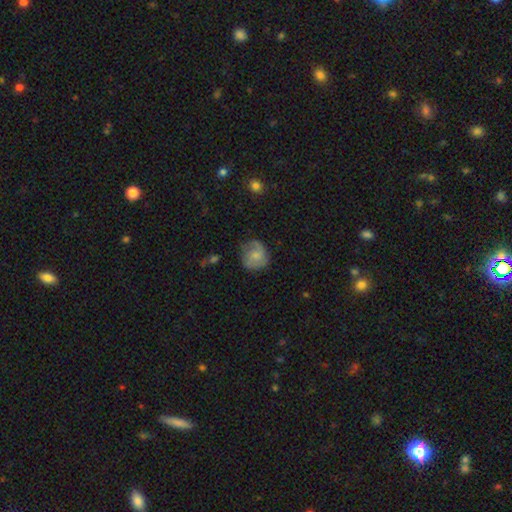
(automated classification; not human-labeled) Morphology: type=smooth (47%); merging=none (65%).